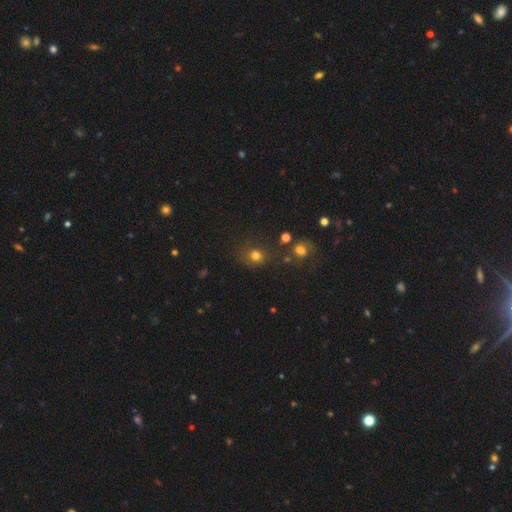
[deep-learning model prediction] Q: Smooth or featured?
A: smooth (74%); runner-up: star or artifact (18%)
Q: How rounded?
A: round (78%); runner-up: in between (21%)
Q: Merging?
A: none (68%); runner-up: minor disturbance (14%)